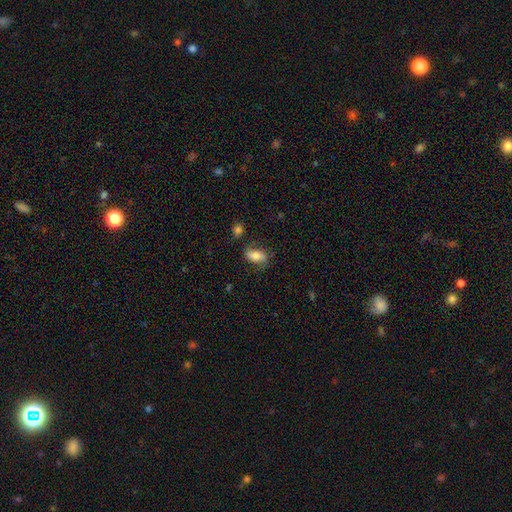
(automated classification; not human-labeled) Smooth or featured: smooth — 63% (featured or disk — 29%)
How rounded: in between — 88% (round — 7%)
Merging: none — 63% (minor disturbance — 22%)